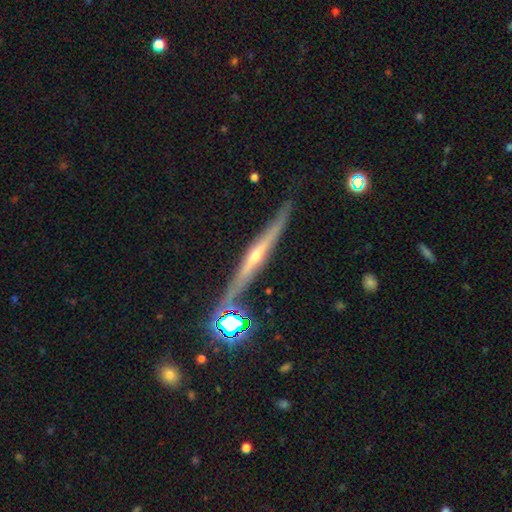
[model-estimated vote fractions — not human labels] Q: Smooth or featured?
A: featured or disk (73%); runner-up: smooth (18%)
Q: Edge-on disk?
A: yes (95%); runner-up: no (5%)
Q: Edge-on bulge?
A: rounded (71%); runner-up: none (23%)
Q: Merging?
A: none (80%); runner-up: minor disturbance (12%)